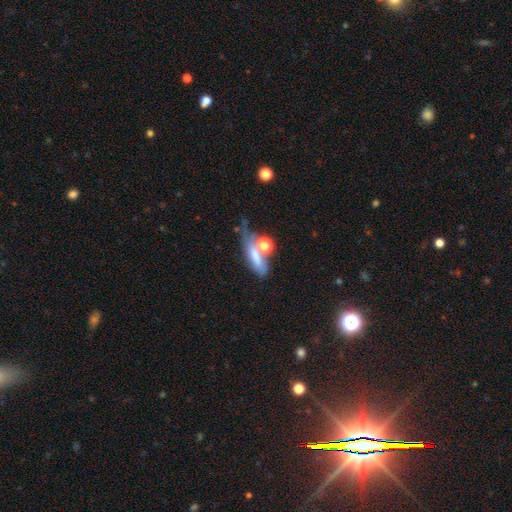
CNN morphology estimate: Smooth or featured? smooth (67%)
How rounded? in between (49%)
Merging? none (38%)